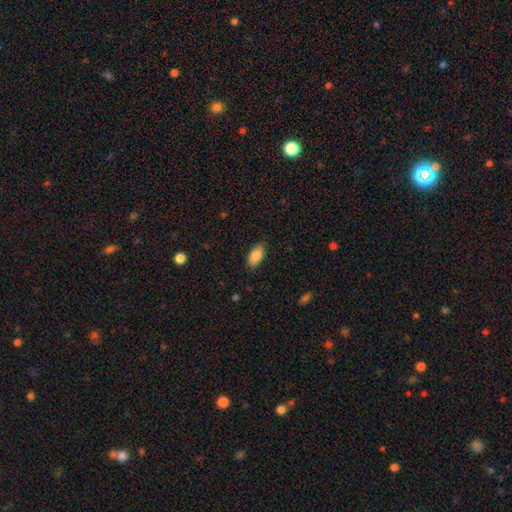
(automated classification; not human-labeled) This appears to be a smooth galaxy with no disk features (88%) that is in between round and cigar-shaped (93%). Merging: none (83%).